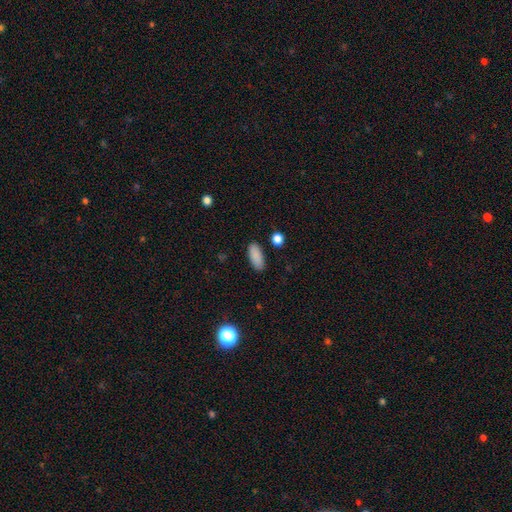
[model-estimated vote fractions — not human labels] smooth 88%, star or artifact 7%, featured or disk 4%. Down the decision tree: how rounded — in between (83%); merging — none (87%).